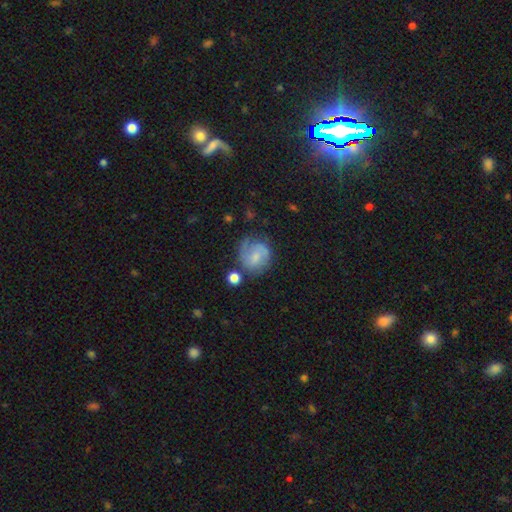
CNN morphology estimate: Smooth or featured?
  - featured or disk: 61% *
  - smooth: 31%
  - star or artifact: 8%
Edge-on disk?
  - no: 98% *
  - yes: 2%
Bar?
  - weak: 46% *
  - no: 45%
  - strong: 9%
Spiral arms?
  - yes: 88% *
  - no: 12%
Spiral winding?
  - medium: 45% *
  - tight: 36%
  - loose: 20%
Spiral arm count?
  - 2: 61% *
  - can't tell: 17%
  - 1: 12%
  - 3: 6%
  - 4: 2%
  - more than 4: 2%
Bulge size?
  - small: 42% *
  - moderate: 29%
  - none: 24%
  - large: 4%
  - dominant: 1%
Merging?
  - none: 59% *
  - minor disturbance: 23%
  - major disturbance: 12%
  - merger: 6%